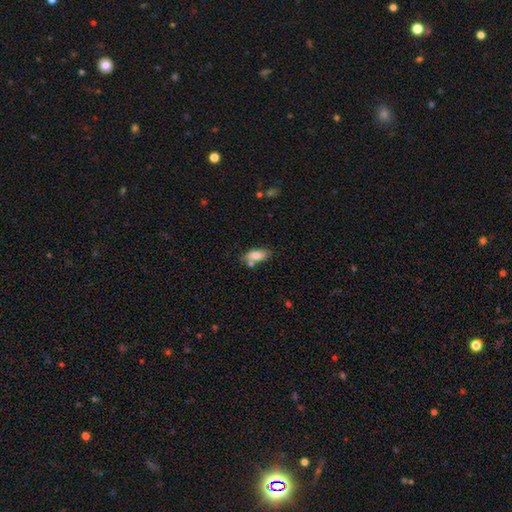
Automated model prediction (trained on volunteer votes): This is likely a smooth galaxy (77%). How rounded: clearly in between (83%). Merging: likely none (62%).